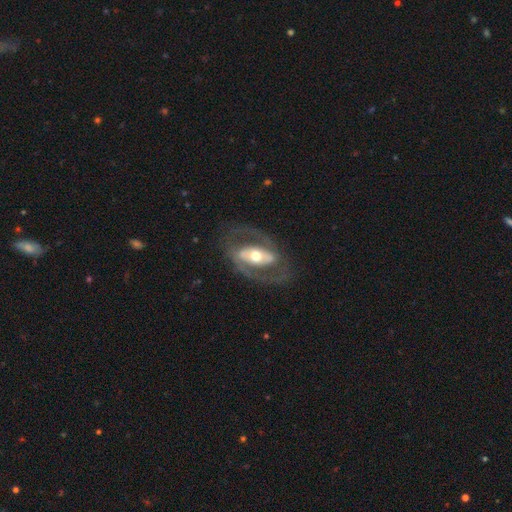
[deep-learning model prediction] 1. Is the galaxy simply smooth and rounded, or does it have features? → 81% featured or disk, 14% smooth, 5% star or artifact.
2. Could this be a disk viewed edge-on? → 93% no, 7% yes.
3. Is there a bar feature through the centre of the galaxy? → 41% strong, 33% no, 26% weak.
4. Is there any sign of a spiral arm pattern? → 76% yes, 24% no.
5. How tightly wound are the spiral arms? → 50% medium, 26% tight, 24% loose.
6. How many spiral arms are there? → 87% 2, 7% can't tell, 3% 1, 1% 3, 1% 4, 1% more than 4.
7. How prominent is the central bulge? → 68% moderate, 18% large, 11% small, 2% dominant, 1% none.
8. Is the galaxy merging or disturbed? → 73% none, 14% minor disturbance, 12% major disturbance, 1% merger.